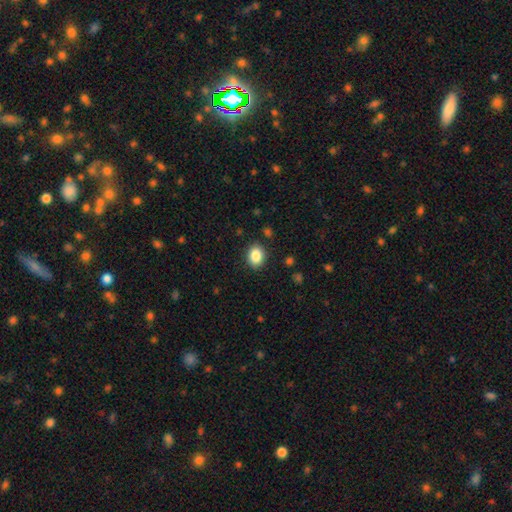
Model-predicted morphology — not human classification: smooth-or-featured: smooth: 86% | star or artifact: 9% | featured or disk: 5%
  how-rounded: in between: 62% | round: 37% | cigar-shaped: 1%
  merging: none: 88% | minor disturbance: 8% | major disturbance: 2% | merger: 1%